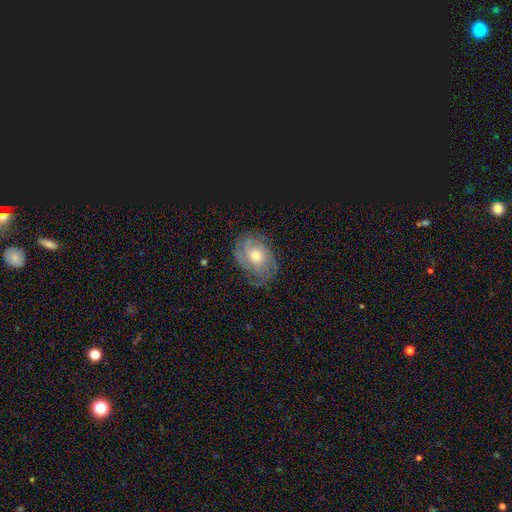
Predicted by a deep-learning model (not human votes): smooth_or_featured: featured or disk (p=0.68) [alt: smooth p=0.22]
disk_edge_on: no (p=0.96) [alt: yes p=0.04]
bar: no (p=0.79) [alt: weak p=0.18]
has_spiral_arms: yes (p=0.86) [alt: no p=0.14]
spiral_winding: tight (p=0.63) [alt: medium p=0.27]
spiral_arm_count: can't tell (p=0.49) [alt: 2 p=0.16]
bulge_size: moderate (p=0.65) [alt: small p=0.28]
merging: none (p=0.72) [alt: minor disturbance p=0.19]